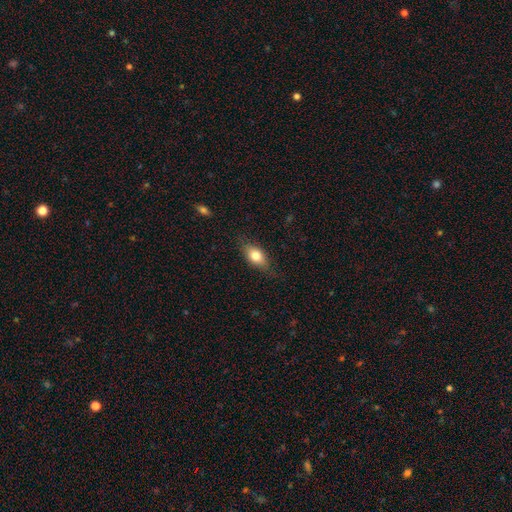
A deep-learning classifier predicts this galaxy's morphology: smooth_or_featured: smooth (p=0.74) [alt: featured or disk p=0.18]
how_rounded: in between (p=0.82) [alt: cigar-shaped p=0.09]
merging: none (p=0.78) [alt: minor disturbance p=0.17]